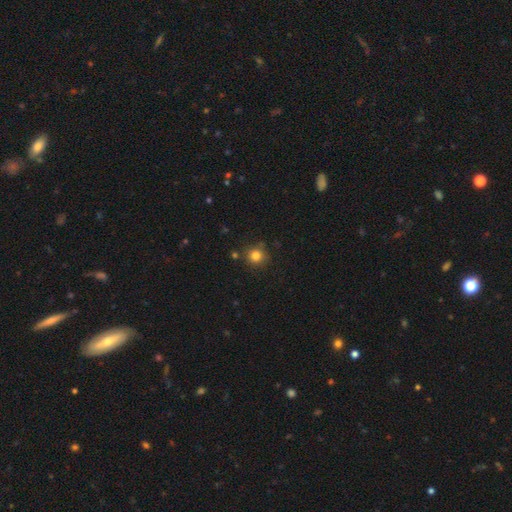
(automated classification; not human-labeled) smooth-or-featured: smooth: 81% | star or artifact: 13% | featured or disk: 6%
  how-rounded: round: 92% | in between: 7% | cigar-shaped: 1%
  merging: none: 84% | minor disturbance: 9% | merger: 4% | major disturbance: 2%